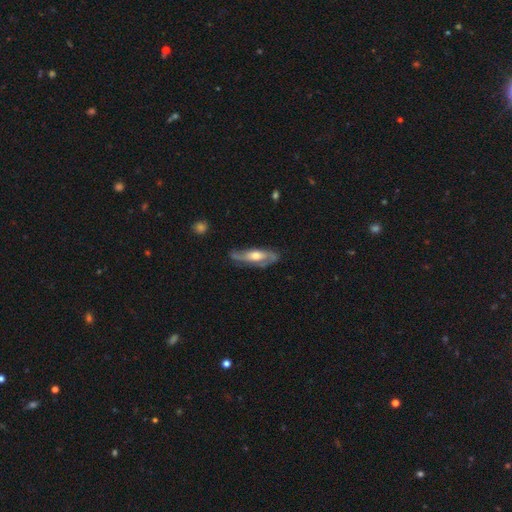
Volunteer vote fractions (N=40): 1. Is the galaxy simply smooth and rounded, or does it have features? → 90% featured or disk, 10% smooth, 0% star or artifact.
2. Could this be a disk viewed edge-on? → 72% no, 28% yes.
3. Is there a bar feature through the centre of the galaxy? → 73% no, 19% weak, 8% strong.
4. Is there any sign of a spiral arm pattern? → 100% yes, 0% no.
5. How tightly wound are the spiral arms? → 42% medium, 38% tight, 19% loose.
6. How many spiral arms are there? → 85% 2, 12% can't tell, 4% 1, 0% 3, 0% 4, 0% more than 4.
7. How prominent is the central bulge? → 77% moderate, 15% large, 8% small, 0% dominant, 0% none.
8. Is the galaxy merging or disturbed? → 70% none, 20% minor disturbance, 10% major disturbance, 0% merger.